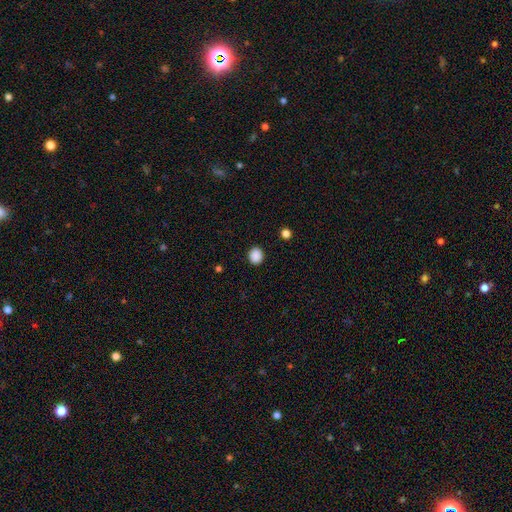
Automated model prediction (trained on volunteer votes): smooth 88%, star or artifact 9%, featured or disk 2%. Down the decision tree: how rounded — round (76%); merging — none (91%).